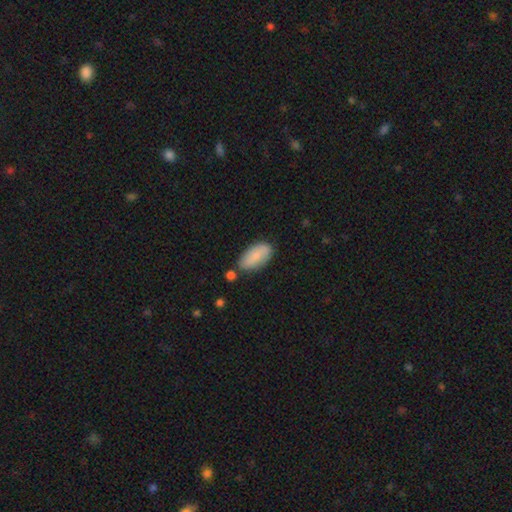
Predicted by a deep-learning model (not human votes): Smooth or featured: smooth — 79% (featured or disk — 15%)
How rounded: in between — 91% (cigar-shaped — 6%)
Merging: none — 72% (minor disturbance — 17%)